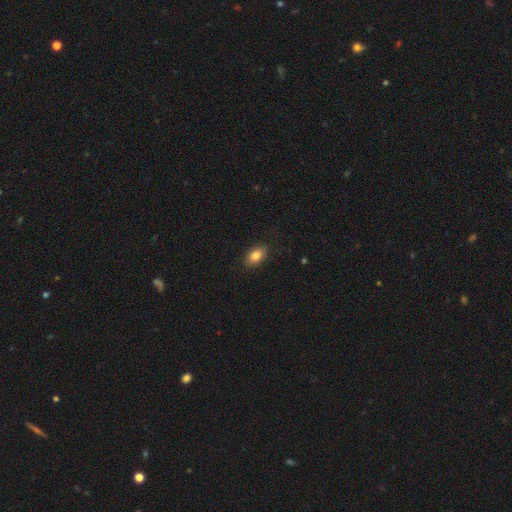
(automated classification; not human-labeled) A smooth galaxy with no disk features (83%) that is in between round and cigar-shaped (88%). Merging: none (87%).